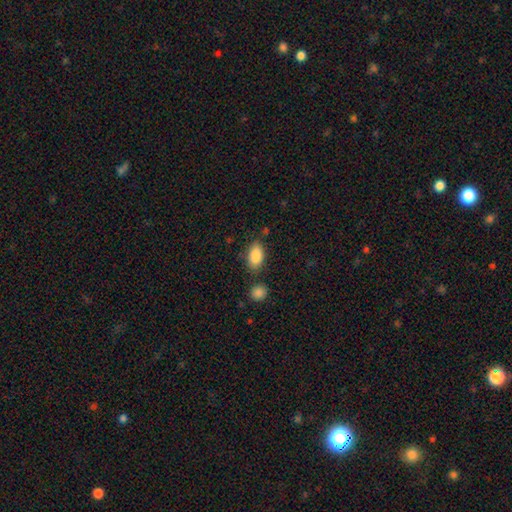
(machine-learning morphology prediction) smooth_or_featured: smooth (p=0.88) [alt: star or artifact p=0.07]
how_rounded: in between (p=0.92) [alt: round p=0.04]
merging: none (p=0.77) [alt: minor disturbance p=0.13]